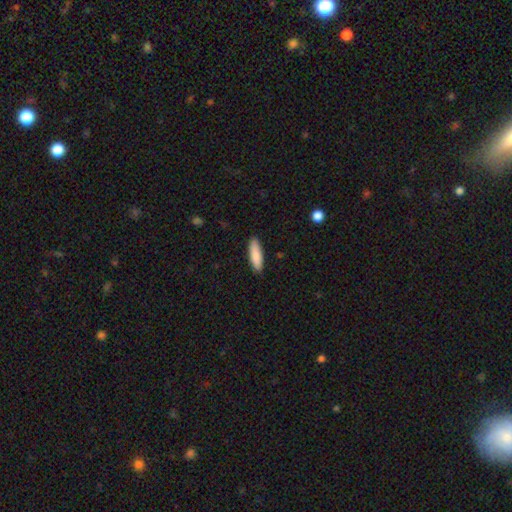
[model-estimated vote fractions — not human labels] Smooth or featured? smooth (87%)
How rounded? cigar-shaped (57%)
Merging? none (89%)